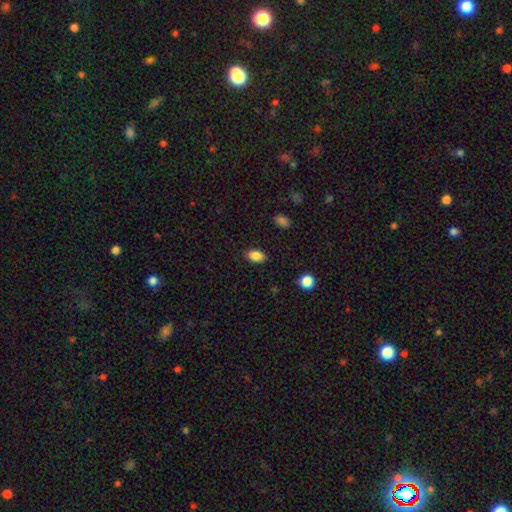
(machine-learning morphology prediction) The model was most divided on "merging": none: 86%, minor disturbance: 10%, major disturbance: 3%, merger: 1%. More confident: how rounded — in between (89%); smooth or featured — smooth (86%).